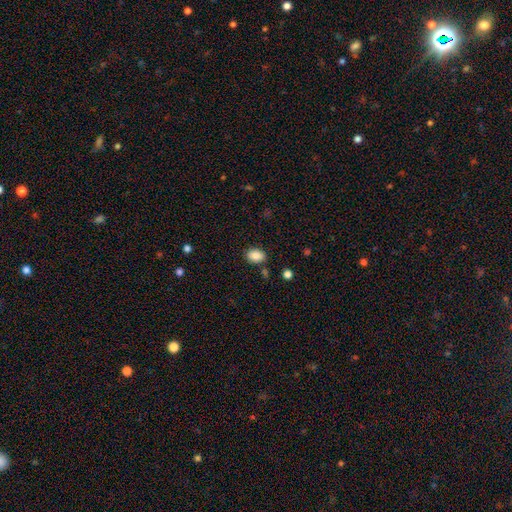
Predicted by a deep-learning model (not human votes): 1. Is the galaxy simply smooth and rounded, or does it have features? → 88% smooth, 8% star or artifact, 4% featured or disk.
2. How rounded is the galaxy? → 78% in between, 21% round, 1% cigar-shaped.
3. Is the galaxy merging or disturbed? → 82% none, 11% minor disturbance, 4% merger, 3% major disturbance.